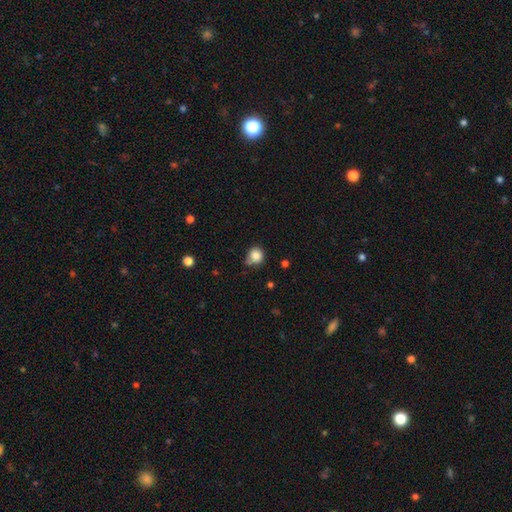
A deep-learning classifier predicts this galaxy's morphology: smooth_or_featured: smooth (p=0.84) [alt: star or artifact p=0.10]
how_rounded: round (p=0.83) [alt: in between p=0.16]
merging: none (p=0.55) [alt: minor disturbance p=0.32]